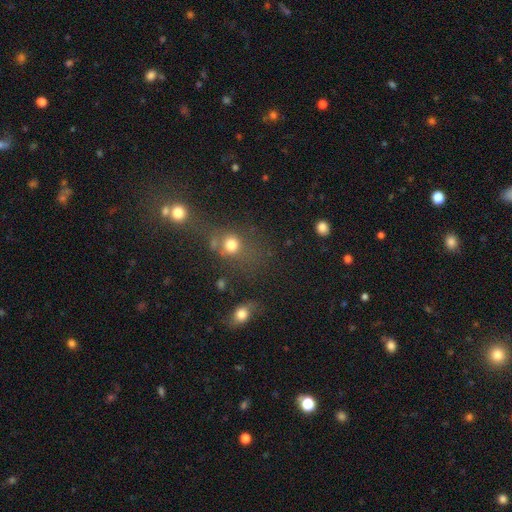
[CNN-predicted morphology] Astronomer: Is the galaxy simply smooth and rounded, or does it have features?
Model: smooth — 55% (runner-up: star or artifact, 33%).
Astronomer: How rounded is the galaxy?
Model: round — 65%.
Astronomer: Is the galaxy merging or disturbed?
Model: none — 43% (runner-up: merger, 37%).